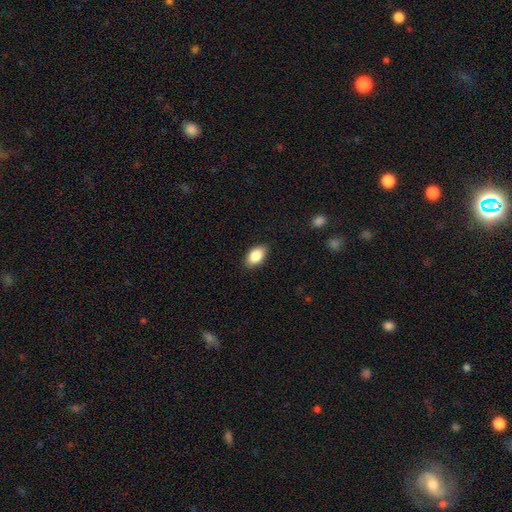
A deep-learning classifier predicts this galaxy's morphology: Smooth or featured? smooth (86%)
How rounded? in between (92%)
Merging? none (87%)